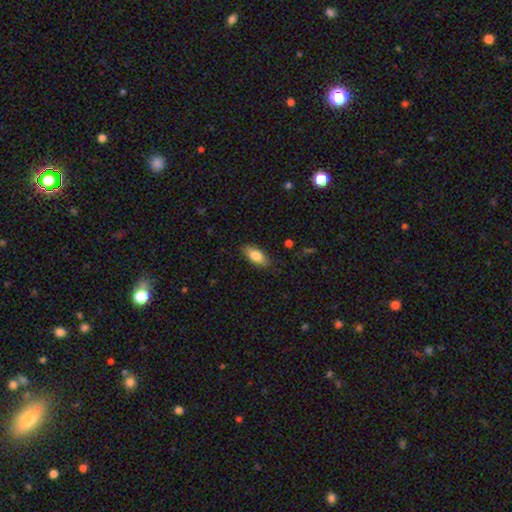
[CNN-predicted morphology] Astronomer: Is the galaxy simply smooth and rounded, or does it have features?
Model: smooth — 83%.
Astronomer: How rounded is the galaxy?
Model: in between — 87%.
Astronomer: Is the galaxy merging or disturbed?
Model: none — 83%.